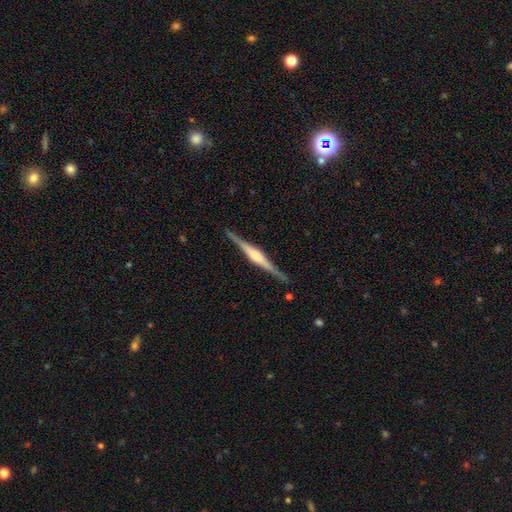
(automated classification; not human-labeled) A featured or disk galaxy (84%) viewed edge-on (98%) with a rounded central bulge (59%).

Vote fractions:
- Smooth or featured? featured or disk: 84% / smooth: 11% / star or artifact: 5%
- Edge-on disk? yes: 98% / no: 2%
- Edge-on bulge? rounded: 59% / boxy: 34% / none: 7%
- Merging? none: 89% / minor disturbance: 8% / major disturbance: 2% / merger: 1%